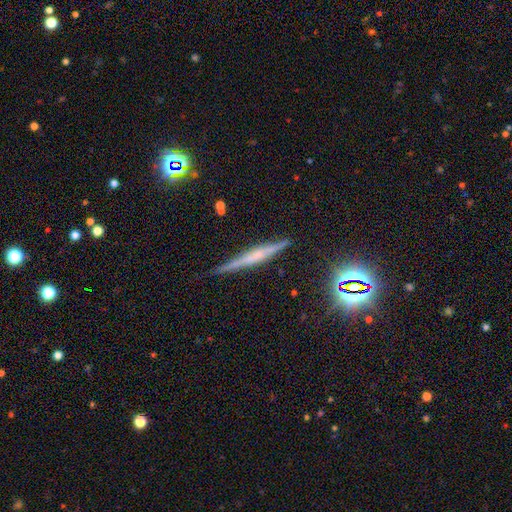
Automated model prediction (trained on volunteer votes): The model was most divided on "edge-on bulge": rounded: 39%, none: 34%, boxy: 26%. More confident: edge-on disk — yes (96%); merging — none (85%); smooth or featured — featured or disk (61%).